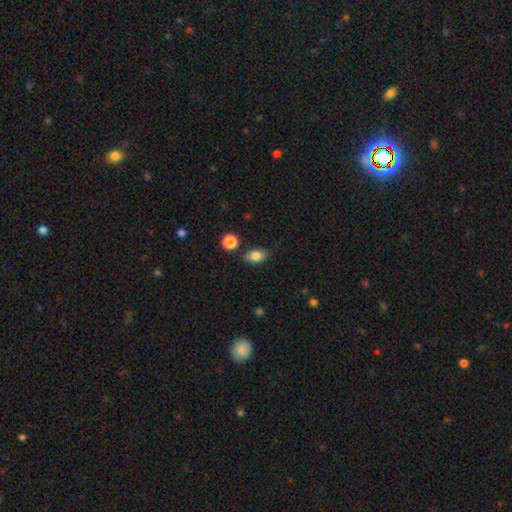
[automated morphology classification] Smooth or featured?
  - smooth: 84% *
  - star or artifact: 9%
  - featured or disk: 7%
How rounded?
  - in between: 84% *
  - round: 13%
  - cigar-shaped: 2%
Merging?
  - none: 80% *
  - minor disturbance: 12%
  - merger: 5%
  - major disturbance: 3%